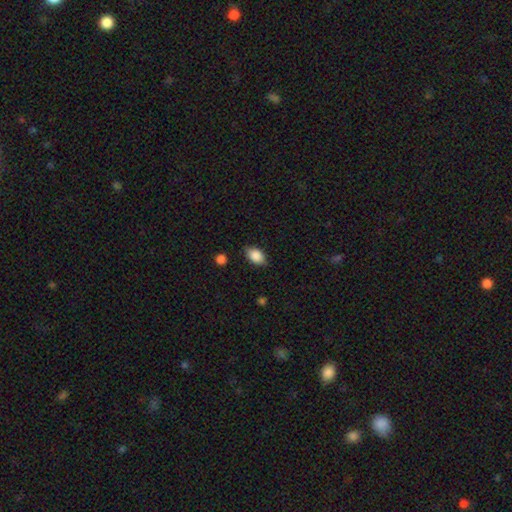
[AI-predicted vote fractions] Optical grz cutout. It shows a smooth galaxy with no disk features (87%) that is in between round and cigar-shaped (86%). Merging: none (80%).